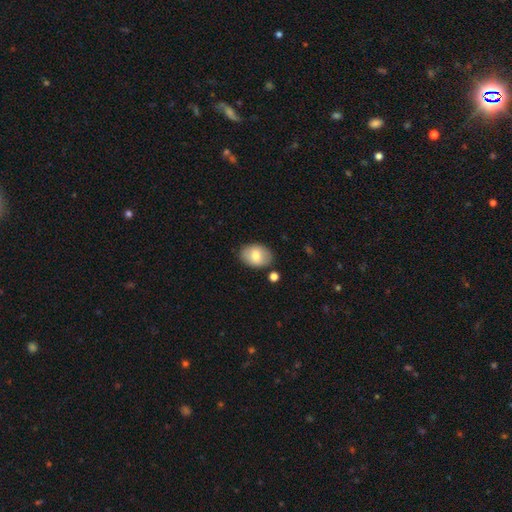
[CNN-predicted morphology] type=smooth (74%); roundness=in between (76%); merging=none (82%).